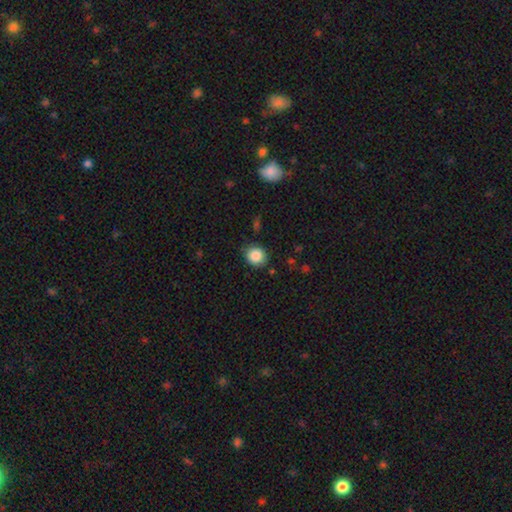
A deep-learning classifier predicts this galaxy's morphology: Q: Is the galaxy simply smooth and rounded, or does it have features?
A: smooth — 87%.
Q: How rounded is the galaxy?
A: round — 79%.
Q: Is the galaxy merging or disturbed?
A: none — 83%.